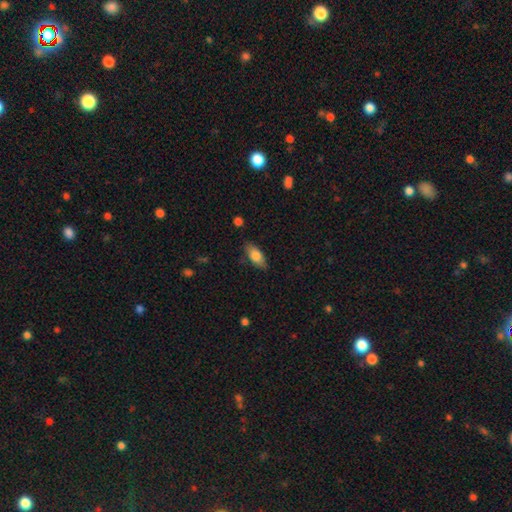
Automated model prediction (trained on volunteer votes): smooth_or_featured: smooth (p=0.77) [alt: featured or disk p=0.16]
how_rounded: in between (p=0.84) [alt: cigar-shaped p=0.14]
merging: none (p=0.83) [alt: minor disturbance p=0.13]